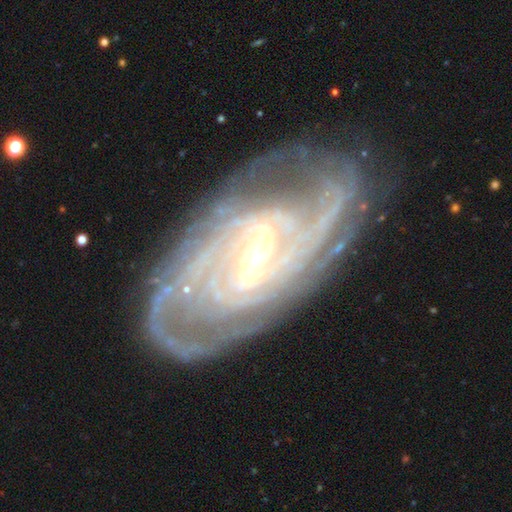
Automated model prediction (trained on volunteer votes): Smooth or featured? Predicted: featured or disk (p=0.90). Edge-on disk? Predicted: no (p=0.95). Bar? Predicted: weak (p=0.43). Spiral arms? Predicted: yes (p=0.97). Spiral winding? Predicted: tight (p=0.67). Spiral arm count? Predicted: 2 (p=0.24, tied with can't tell). Bulge size? Predicted: small (p=0.66). Merging? Predicted: none (p=0.78).